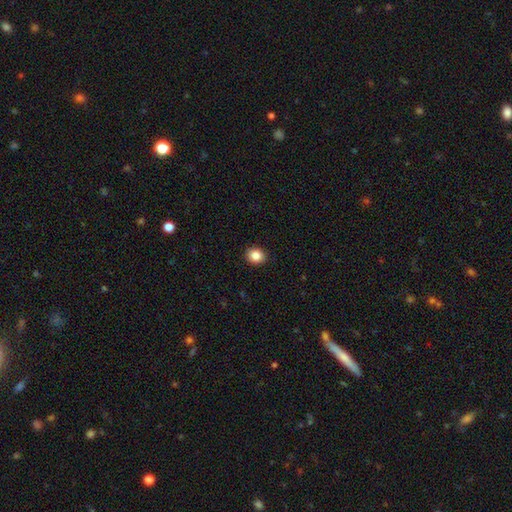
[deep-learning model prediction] Smooth or featured? smooth (86%)
How rounded? round (71%)
Merging? none (92%)